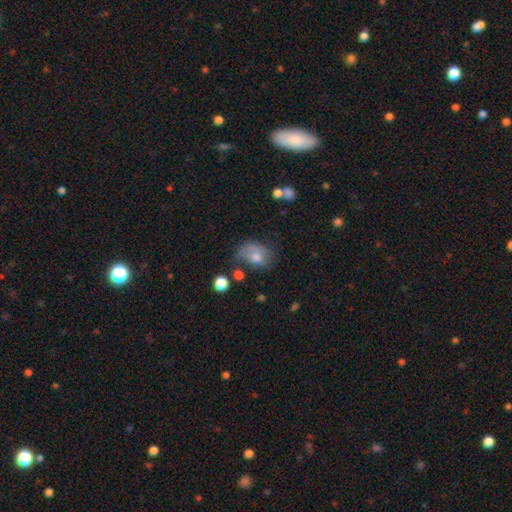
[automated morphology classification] smooth-or-featured: smooth: 63% | featured or disk: 24% | star or artifact: 13%
  how-rounded: in between: 67% | round: 32% | cigar-shaped: 1%
  merging: none: 42% | minor disturbance: 31% | major disturbance: 20% | merger: 7%